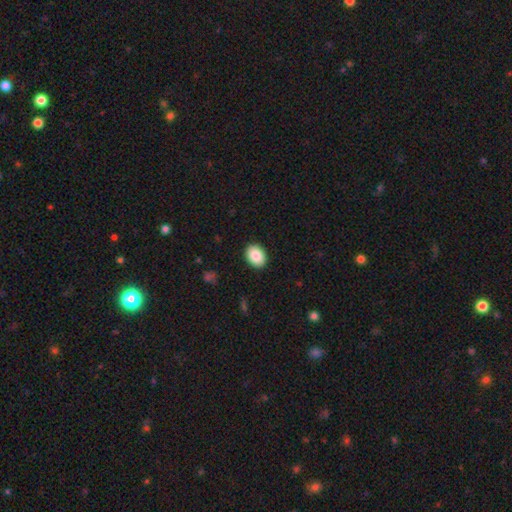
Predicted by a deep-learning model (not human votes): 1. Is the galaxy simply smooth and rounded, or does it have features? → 88% smooth, 7% star or artifact, 5% featured or disk.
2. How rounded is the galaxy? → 74% in between, 25% round, 1% cigar-shaped.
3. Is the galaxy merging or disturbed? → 91% none, 7% minor disturbance, 2% major disturbance, 1% merger.